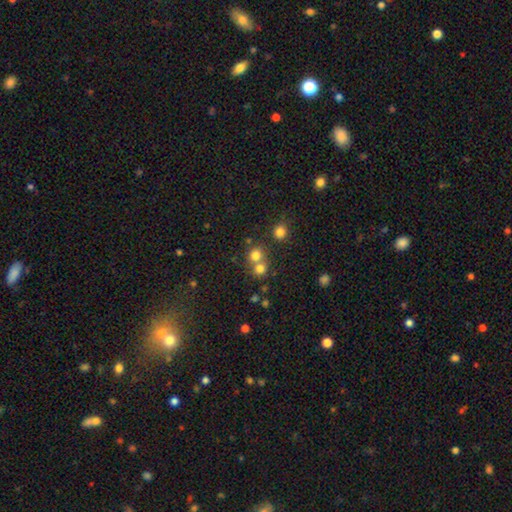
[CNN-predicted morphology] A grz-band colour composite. It shows a smooth galaxy with no disk features (76%) that is round (83%). Merging: none (48%).